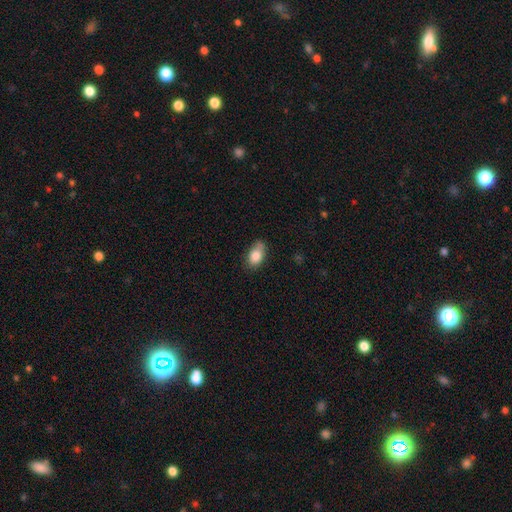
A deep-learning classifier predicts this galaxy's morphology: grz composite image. It shows a smooth galaxy with no disk features (83%) that is in between round and cigar-shaped (88%). Merging: none (65%).